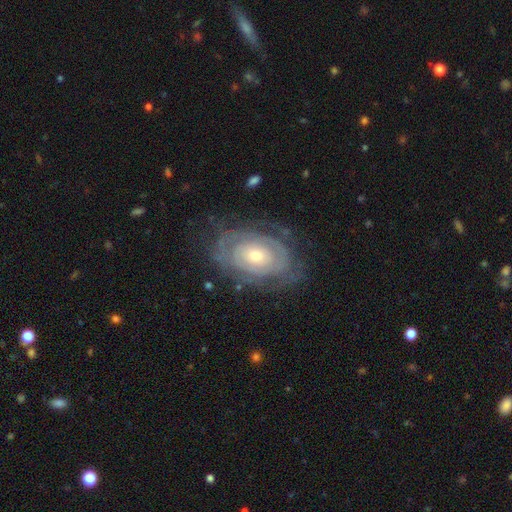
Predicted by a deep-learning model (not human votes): featured or disk 77%, smooth 17%, star or artifact 6%. Down the decision tree: edge-on disk — no (95%); bar — no (80%); spiral arms — yes (75%); spiral arm count — can't tell (54%); spiral winding — tight (76%); bulge size — moderate (51%); merging — none (73%).